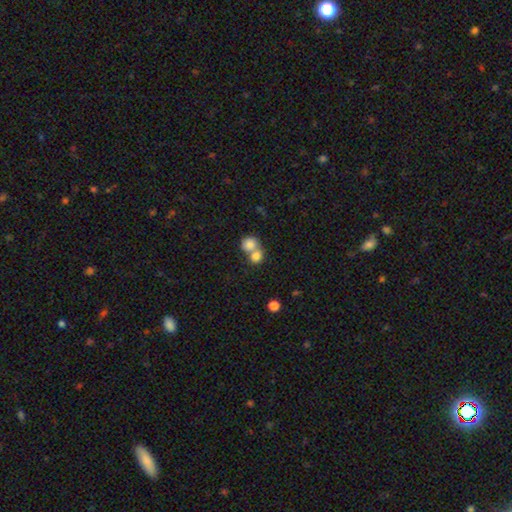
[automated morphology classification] A smooth galaxy with no disk features (80%) that is round (77%). Merging: merger (63%).